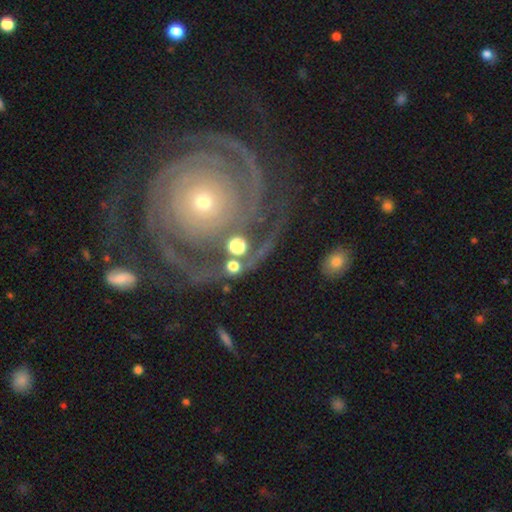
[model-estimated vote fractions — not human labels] Q: Smooth or featured?
A: featured or disk (87%); runner-up: smooth (7%)
Q: Edge-on disk?
A: no (97%); runner-up: yes (3%)
Q: Bar?
A: no (83%); runner-up: weak (10%)
Q: Spiral arms?
A: yes (96%); runner-up: no (4%)
Q: Spiral winding?
A: tight (83%); runner-up: medium (14%)
Q: Spiral arm count?
A: 2 (56%); runner-up: can't tell (13%)
Q: Bulge size?
A: small (75%); runner-up: moderate (20%)
Q: Merging?
A: none (72%); runner-up: minor disturbance (13%)